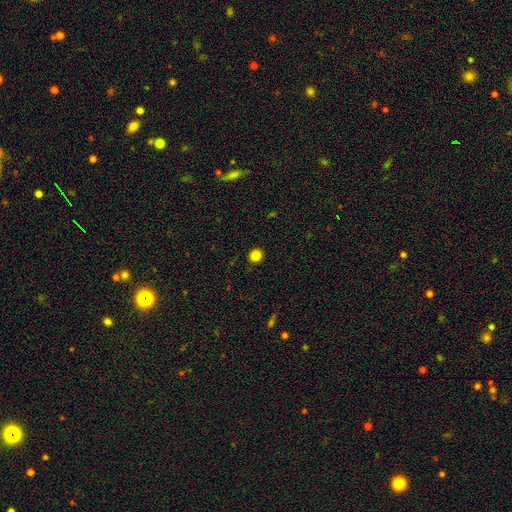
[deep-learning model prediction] This appears to be a smooth galaxy with no disk features (85%) that is round (90%). Merging: none (90%).